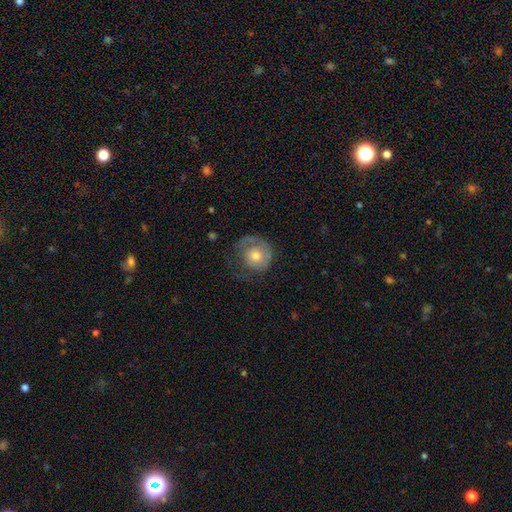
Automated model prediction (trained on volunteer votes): This is possibly a smooth galaxy (48%). Merging: possibly none (52%).